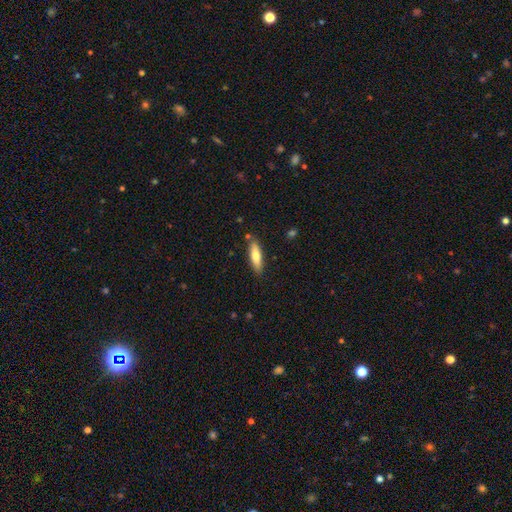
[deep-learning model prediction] The model was most divided on "how rounded": cigar-shaped: 61%, in between: 37%, round: 2%. More confident: merging — none (84%); smooth or featured — smooth (71%).